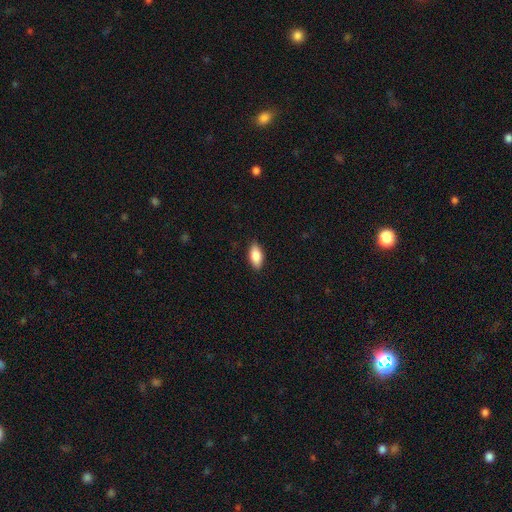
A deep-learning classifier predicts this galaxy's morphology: Q: Smooth or featured?
A: smooth (86%); runner-up: featured or disk (8%)
Q: How rounded?
A: in between (90%); runner-up: cigar-shaped (7%)
Q: Merging?
A: none (89%); runner-up: minor disturbance (9%)